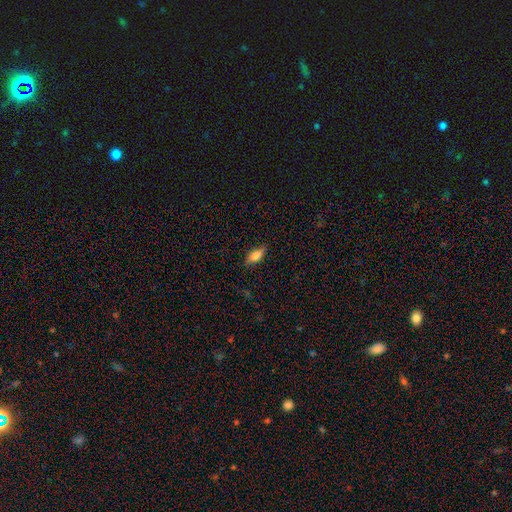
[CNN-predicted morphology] smooth_or_featured: smooth (p=0.70) [alt: featured or disk p=0.22]
how_rounded: in between (p=0.73) [alt: cigar-shaped p=0.24]
merging: none (p=0.80) [alt: minor disturbance p=0.15]